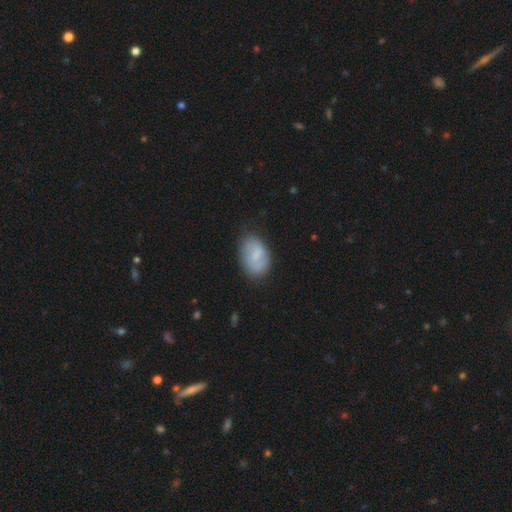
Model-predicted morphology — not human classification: Overall: smooth (56%; featured or disk 37%). How rounded: in between (85%). Merging: none (72%).